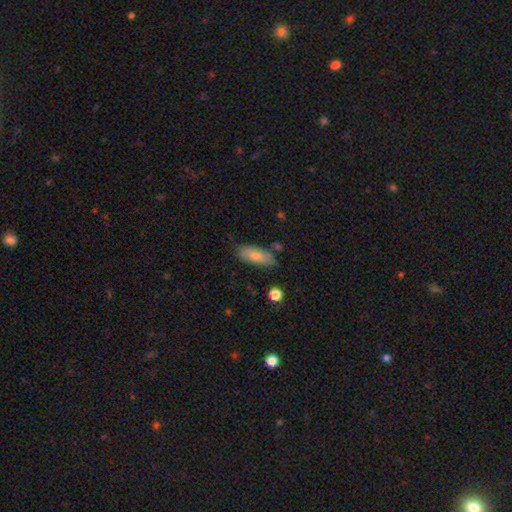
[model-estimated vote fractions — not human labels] Morphology: type=smooth (80%); roundness=in between (77%); merging=none (73%).